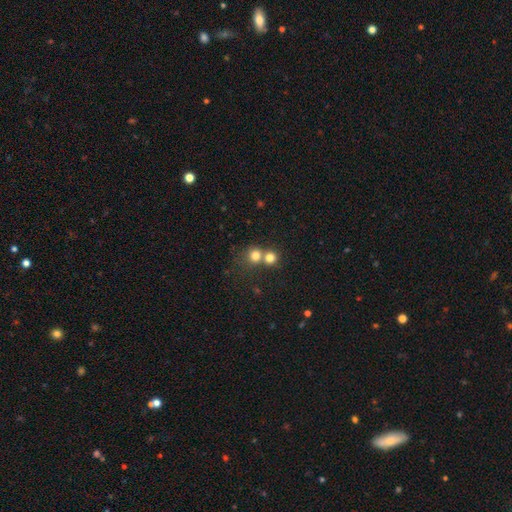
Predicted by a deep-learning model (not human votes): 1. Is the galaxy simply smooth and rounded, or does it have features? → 77% smooth, 14% star or artifact, 9% featured or disk.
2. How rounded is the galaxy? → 88% round, 12% in between, 1% cigar-shaped.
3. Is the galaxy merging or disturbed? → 47% none, 45% merger, 5% minor disturbance, 3% major disturbance.